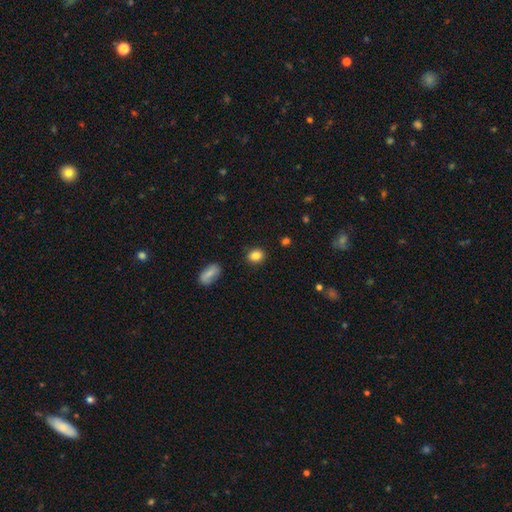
smooth-or-featured: smooth: 88% | featured or disk: 8% | star or artifact: 5%
  how-rounded: round: 57% | in between: 43% | cigar-shaped: 0%
  merging: none: 89% | minor disturbance: 11% | major disturbance: 0% | merger: 0%